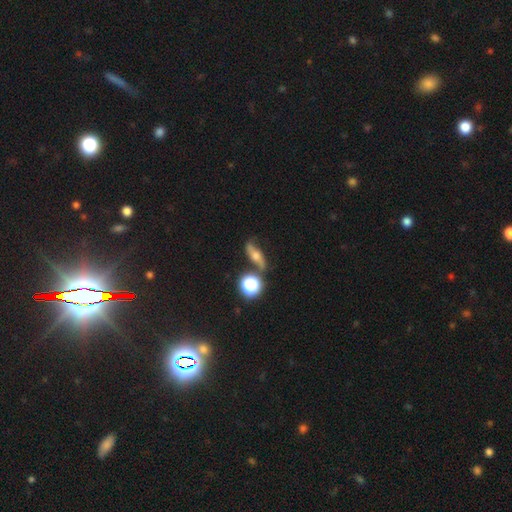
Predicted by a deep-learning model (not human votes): Smooth or featured? Predicted: featured or disk (p=0.59). Edge-on disk? Predicted: no (p=0.72). Merging? Predicted: none (p=0.67).